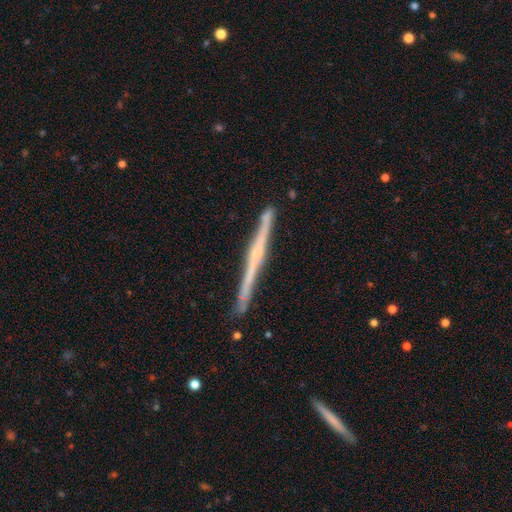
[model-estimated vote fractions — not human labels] Smooth or featured? featured or disk (68%)
Edge-on disk? yes (98%)
Edge-on bulge? none (66%)
Merging? none (88%)